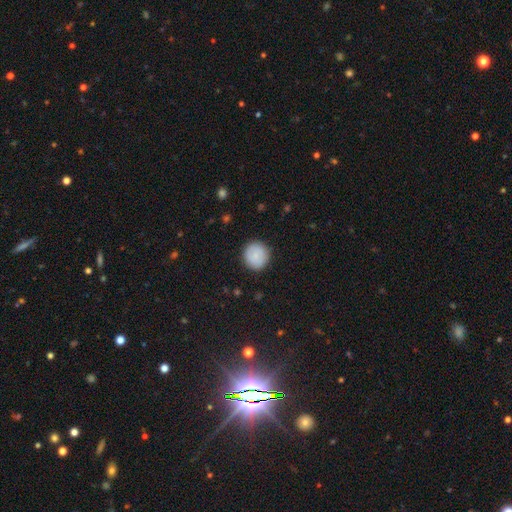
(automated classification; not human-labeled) The model was most divided on "smooth or featured": smooth: 80%, featured or disk: 13%, star or artifact: 7%. More confident: how rounded — round (93%); merging — none (90%).